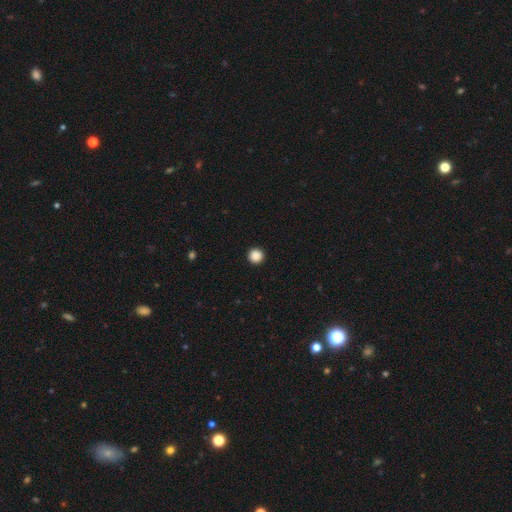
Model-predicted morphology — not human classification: A smooth galaxy with no disk features (88%) that is round (96%).

Vote fractions:
- Smooth or featured? smooth: 88% / star or artifact: 10% / featured or disk: 2%
- How rounded? round: 96% / in between: 3% / cigar-shaped: 1%
- Merging? none: 94% / minor disturbance: 4% / major disturbance: 1% / merger: 1%